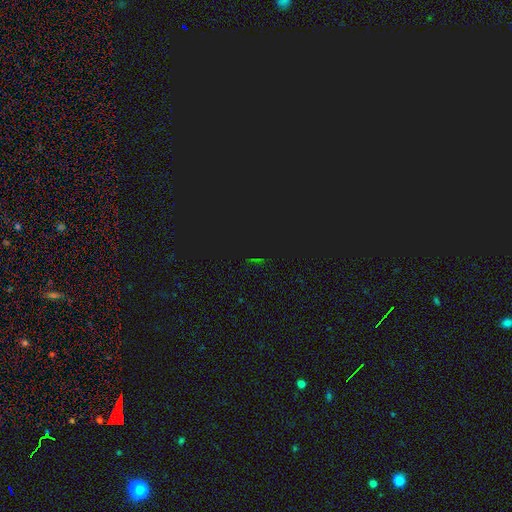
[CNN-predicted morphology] type=star or artifact (78%).